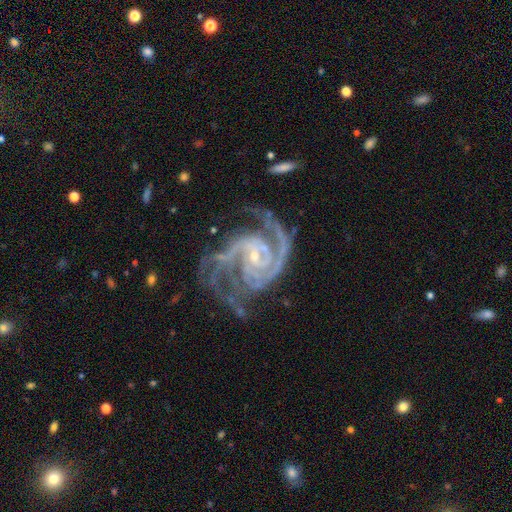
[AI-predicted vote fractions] Smooth or featured: featured or disk — 93% (star or artifact — 5%)
Edge-on disk: no — 98% (yes — 2%)
Bar: no — 54% (weak — 32%)
Spiral arms: yes — 99% (no — 1%)
Spiral winding: tight — 54% (medium — 40%)
Spiral arm count: 2 — 31% (3 — 30%)
Bulge size: small — 76% (moderate — 20%)
Merging: none — 52% (major disturbance — 23%)